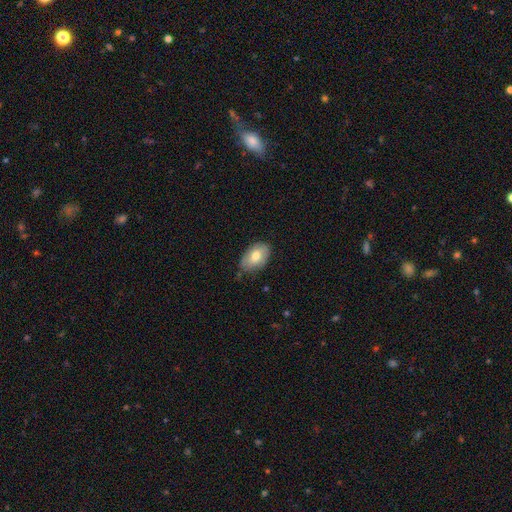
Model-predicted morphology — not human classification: Smooth or featured? smooth (73%)
How rounded? in between (91%)
Merging? none (74%)